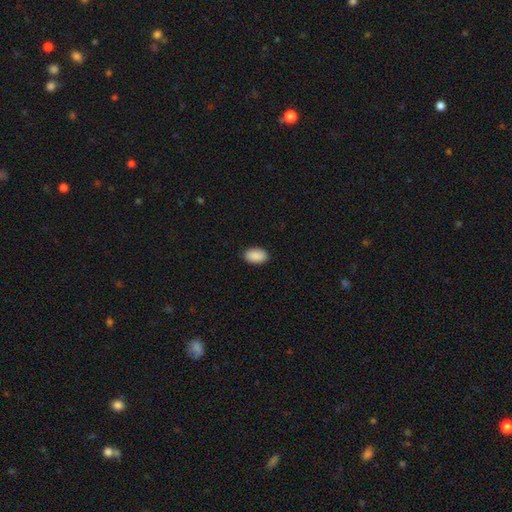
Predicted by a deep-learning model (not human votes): Q: Smooth or featured?
A: smooth (91%); runner-up: star or artifact (6%)
Q: How rounded?
A: in between (94%); runner-up: round (5%)
Q: Merging?
A: none (90%); runner-up: minor disturbance (7%)